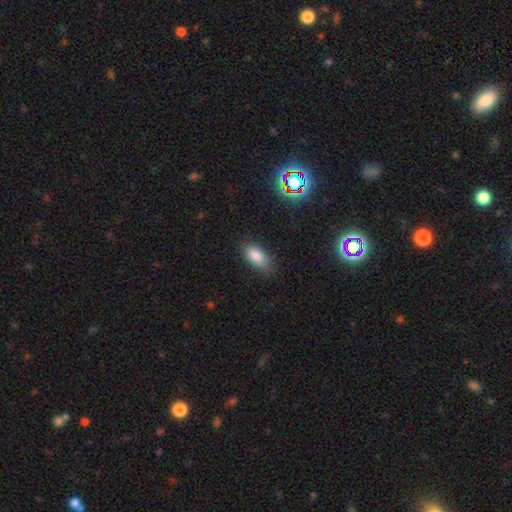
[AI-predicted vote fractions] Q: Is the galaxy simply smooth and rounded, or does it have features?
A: smooth — 85%.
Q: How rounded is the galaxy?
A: in between — 90%.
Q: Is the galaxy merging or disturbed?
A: none — 79%.